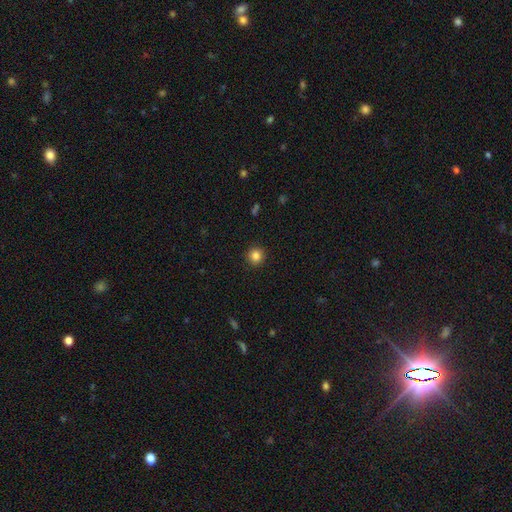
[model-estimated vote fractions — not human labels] smooth_or_featured: smooth (p=0.85) [alt: star or artifact p=0.11]
how_rounded: round (p=0.94) [alt: in between p=0.05]
merging: none (p=0.92) [alt: minor disturbance p=0.05]